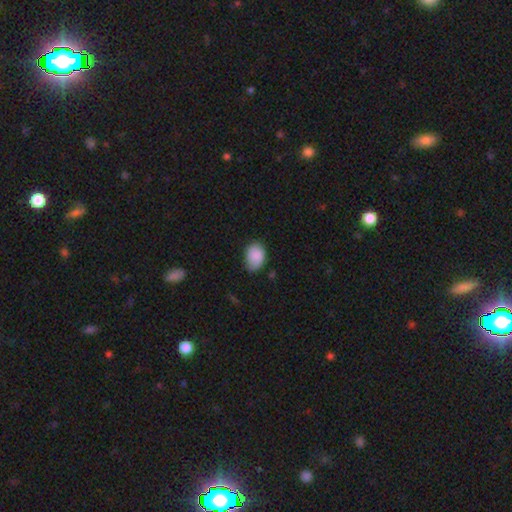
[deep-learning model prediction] Q: Smooth or featured?
A: smooth (88%); runner-up: star or artifact (7%)
Q: How rounded?
A: in between (77%); runner-up: round (22%)
Q: Merging?
A: none (68%); runner-up: minor disturbance (26%)